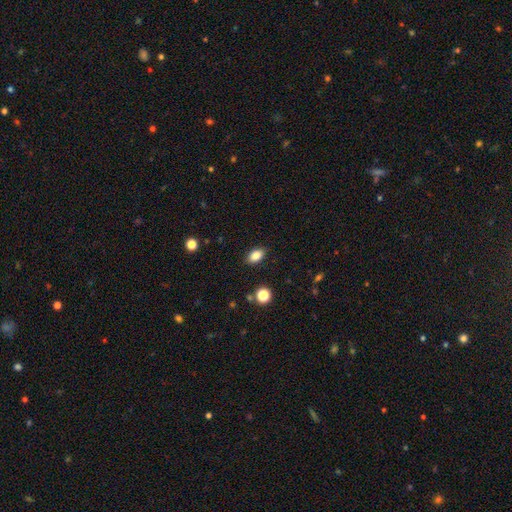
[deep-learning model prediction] A smooth galaxy with no disk features (84%) that is in between round and cigar-shaped (87%).

Vote fractions:
- Smooth or featured? smooth: 84% / star or artifact: 9% / featured or disk: 7%
- How rounded? in between: 87% / round: 10% / cigar-shaped: 3%
- Merging? none: 88% / minor disturbance: 9% / major disturbance: 2% / merger: 1%